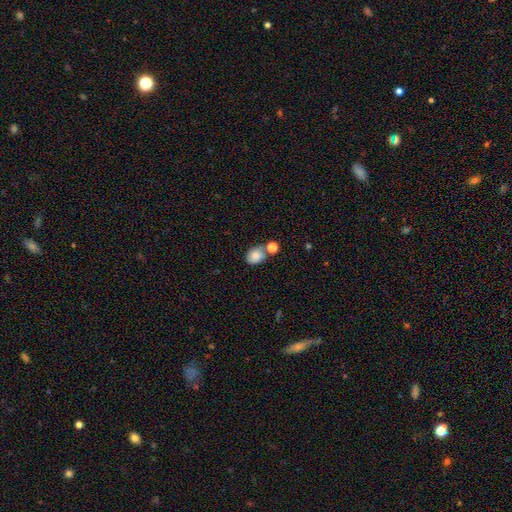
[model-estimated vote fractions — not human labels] Smooth or featured? Predicted: smooth (p=0.81). How rounded? Predicted: in between (p=0.58). Merging? Predicted: none (p=0.47).